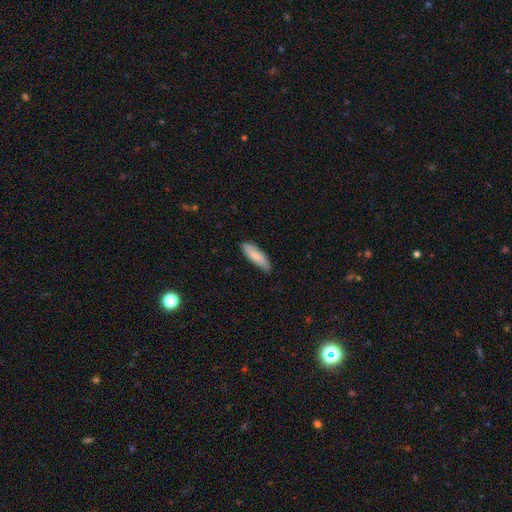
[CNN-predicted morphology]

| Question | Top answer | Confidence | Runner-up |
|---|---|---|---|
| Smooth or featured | smooth | 78% | featured or disk (16%) |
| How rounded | in between | 51% | cigar-shaped (47%) |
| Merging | none | 76% | minor disturbance (21%) |